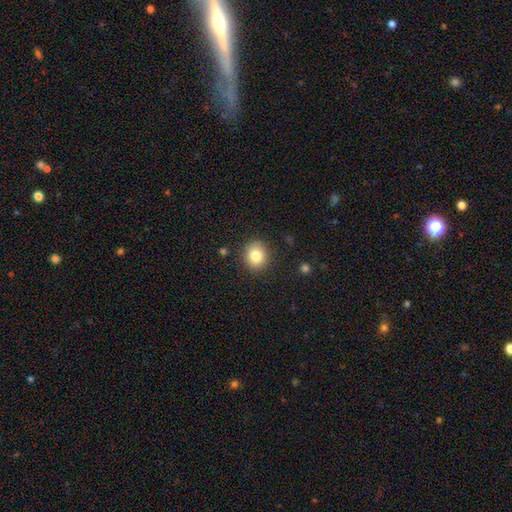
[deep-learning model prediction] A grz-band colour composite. It shows a smooth galaxy with no disk features (82%) that is round (80%). Merging: none (88%).